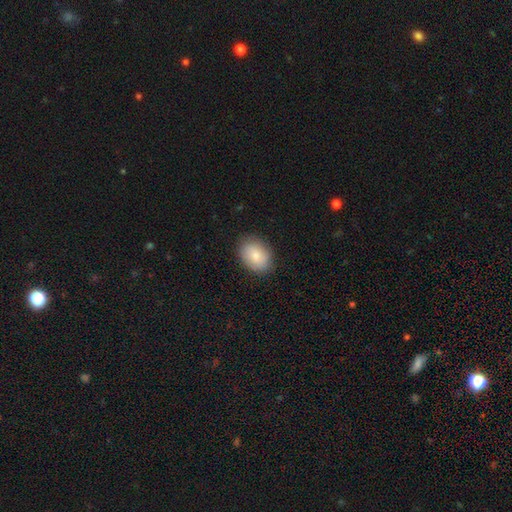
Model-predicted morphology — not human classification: Smooth or featured? Predicted: smooth (p=0.84). How rounded? Predicted: in between (p=0.73). Merging? Predicted: none (p=0.86).